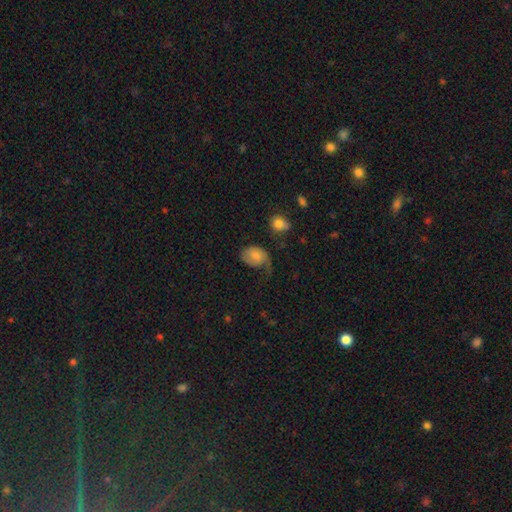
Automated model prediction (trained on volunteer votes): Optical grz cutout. It shows a smooth galaxy with no disk features (59%) that is in between round and cigar-shaped (68%). Merging: major disturbance (42%).